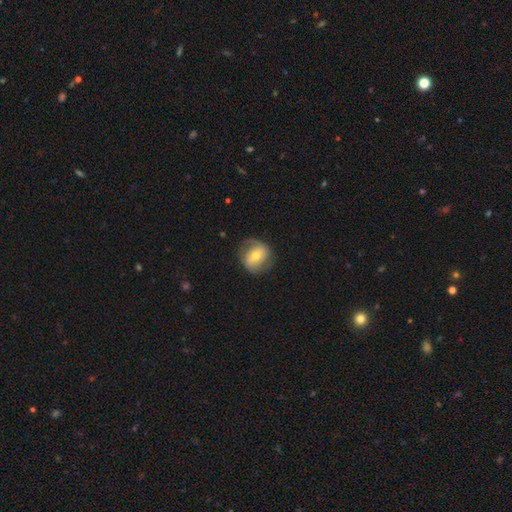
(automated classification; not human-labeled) Smooth or featured? Predicted: featured or disk (p=0.59). Edge-on disk? Predicted: no (p=0.96). Bar? Predicted: weak (p=0.39). Spiral arms? Predicted: yes (p=0.78). Bulge size? Predicted: moderate (p=0.65). Merging? Predicted: none (p=0.71).